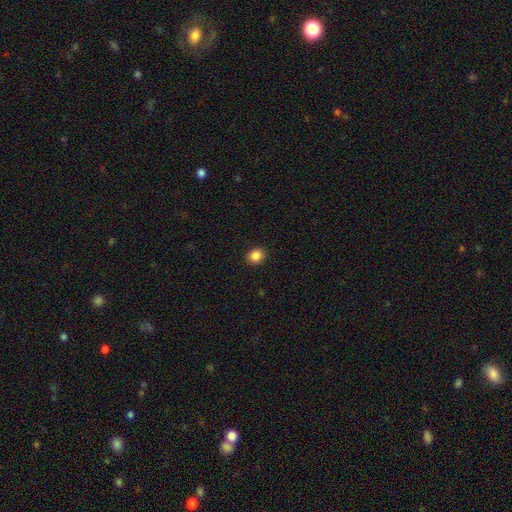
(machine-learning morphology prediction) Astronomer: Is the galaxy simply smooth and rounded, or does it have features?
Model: smooth — 86%.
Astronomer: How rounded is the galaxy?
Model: round — 72%.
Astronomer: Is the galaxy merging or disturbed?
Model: none — 91%.